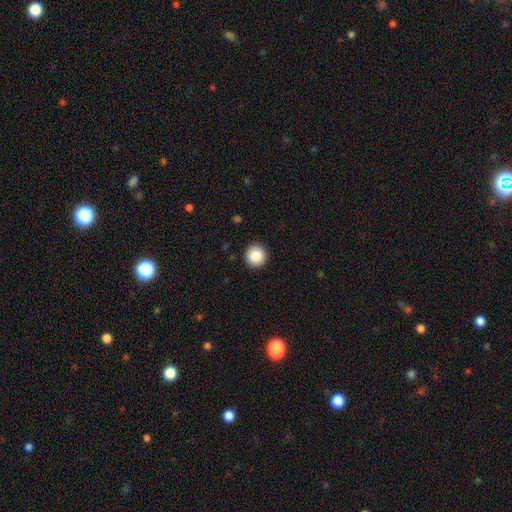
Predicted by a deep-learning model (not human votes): A smooth galaxy with no disk features (88%) that is round (94%).

Vote fractions:
- Smooth or featured? smooth: 88% / star or artifact: 9% / featured or disk: 4%
- How rounded? round: 94% / in between: 5% / cigar-shaped: 1%
- Merging? none: 92% / minor disturbance: 5% / major disturbance: 2% / merger: 1%